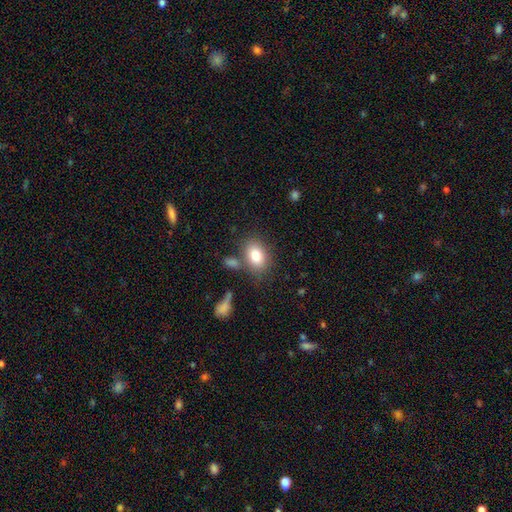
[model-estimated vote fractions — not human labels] This is clearly a smooth galaxy (81%). How rounded: likely in between (77%). Merging: likely none (72%).